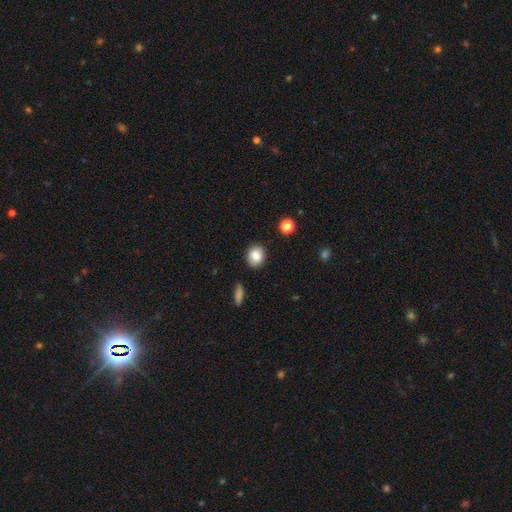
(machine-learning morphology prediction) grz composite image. It shows a smooth galaxy with no disk features (85%) that is round (58%). Merging: none (88%).